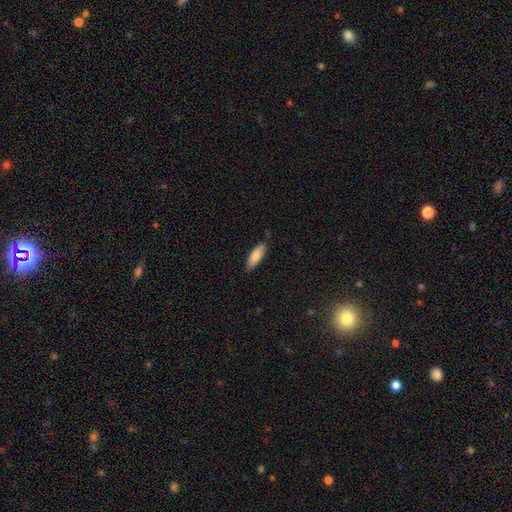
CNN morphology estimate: smooth 81%, featured or disk 13%, star or artifact 6%. Down the decision tree: how rounded — in between (62%); merging — none (80%).